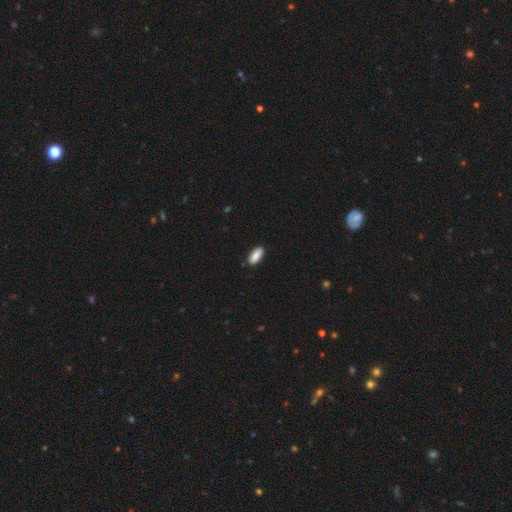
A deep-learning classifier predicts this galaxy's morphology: The model was most divided on "how rounded": in between: 84%, cigar-shaped: 14%, round: 2%. More confident: smooth or featured — smooth (89%); merging — none (87%).